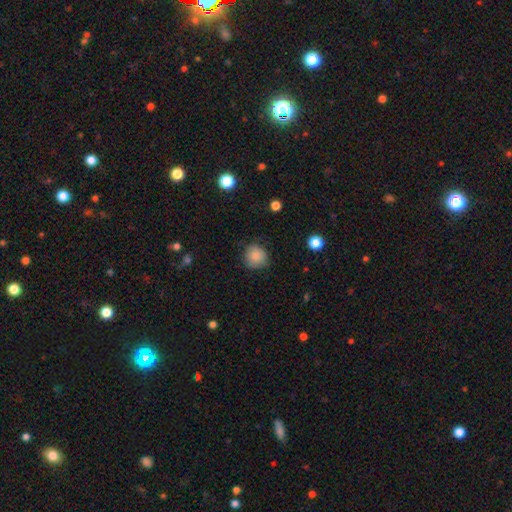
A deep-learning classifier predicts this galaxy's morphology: A smooth galaxy with no disk features (84%) that is round (89%). Merging: none (78%).